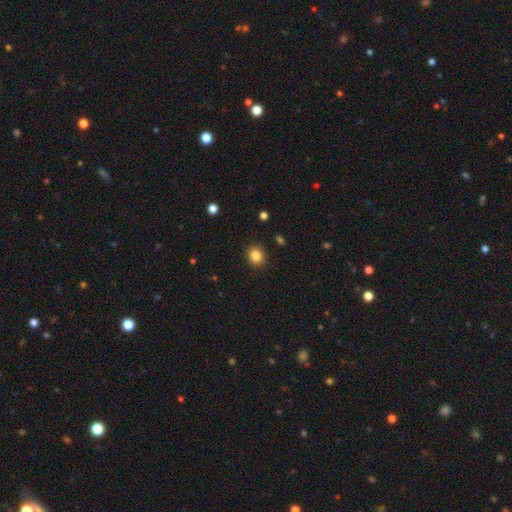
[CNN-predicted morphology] smooth 85%, star or artifact 10%, featured or disk 5%. Down the decision tree: how rounded — round (58%); merging — none (88%).